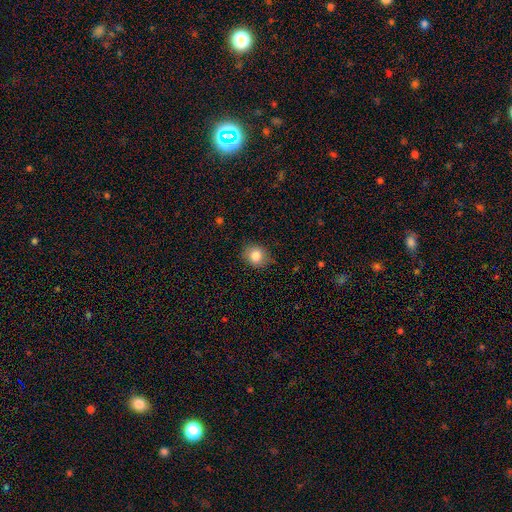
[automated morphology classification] This is clearly a smooth galaxy (83%). How rounded: likely round (74%). Merging: clearly none (84%).